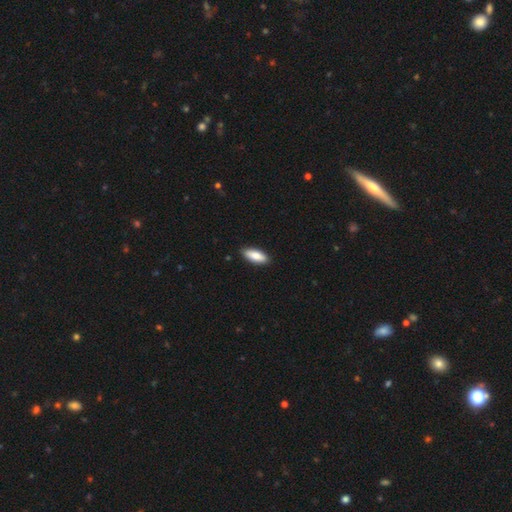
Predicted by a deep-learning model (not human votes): smooth-or-featured: smooth: 85% | featured or disk: 9% | star or artifact: 5%
  how-rounded: in between: 74% | cigar-shaped: 25% | round: 2%
  merging: none: 89% | minor disturbance: 8% | major disturbance: 2% | merger: 1%